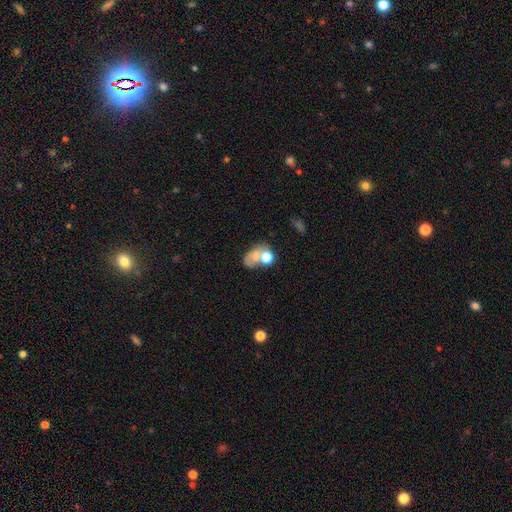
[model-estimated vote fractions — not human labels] This is possibly a smooth galaxy (57%). How rounded: likely in between (68%). Merging: marginally merger (40%).